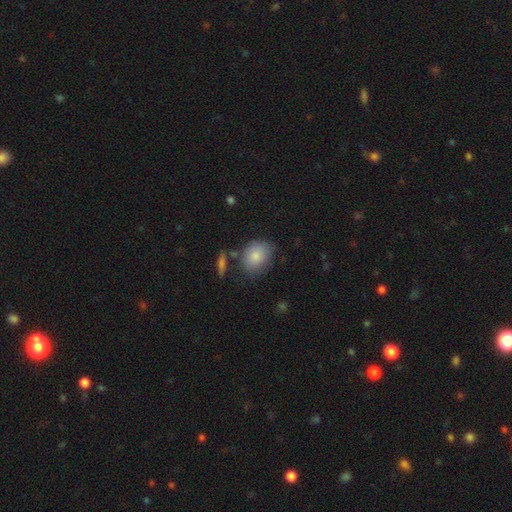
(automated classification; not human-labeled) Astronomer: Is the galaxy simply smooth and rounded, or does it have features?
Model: smooth — 83%.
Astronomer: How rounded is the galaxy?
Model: in between — 60% (runner-up: round, 39%).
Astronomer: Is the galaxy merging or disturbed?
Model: none — 68%.